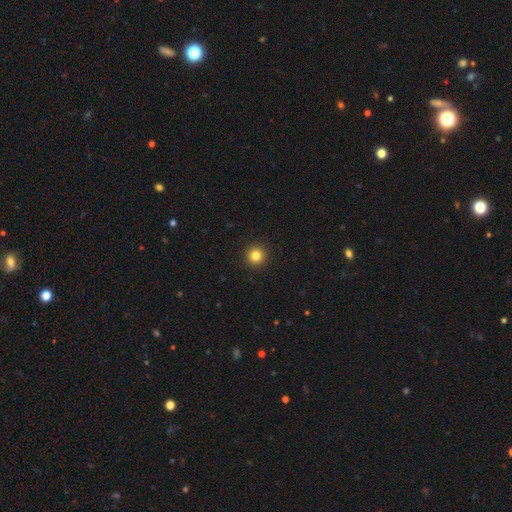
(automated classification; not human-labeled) smooth-or-featured: smooth: 83% | star or artifact: 12% | featured or disk: 5%
  how-rounded: round: 96% | in between: 3% | cigar-shaped: 1%
  merging: none: 94% | minor disturbance: 4% | major disturbance: 1% | merger: 1%